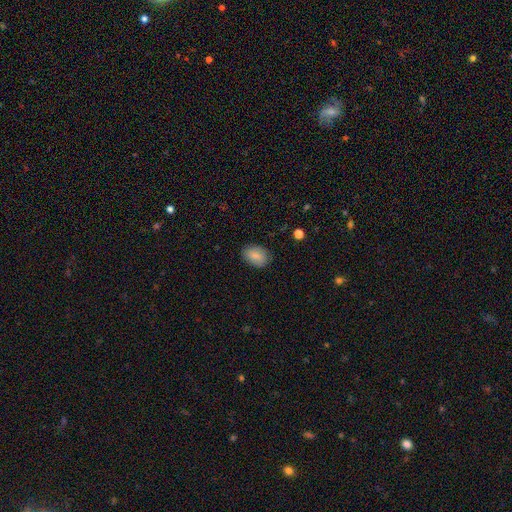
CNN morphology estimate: smooth-or-featured: smooth: 84% | featured or disk: 9% | star or artifact: 7%
  how-rounded: in between: 81% | round: 18% | cigar-shaped: 1%
  merging: none: 83% | minor disturbance: 13% | major disturbance: 3% | merger: 1%